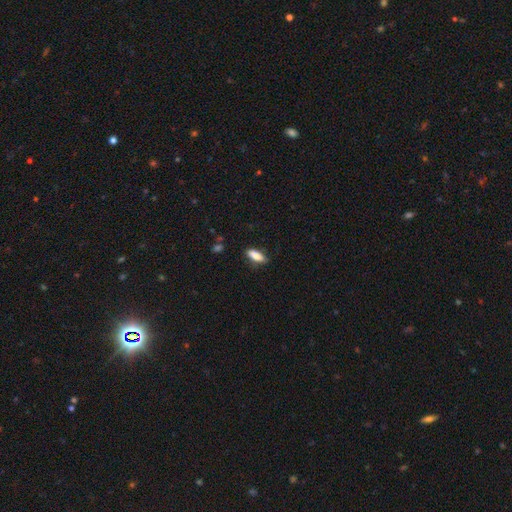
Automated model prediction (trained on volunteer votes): This appears to be a smooth galaxy with no disk features (84%) that is in between round and cigar-shaped (70%). Merging: none (80%).